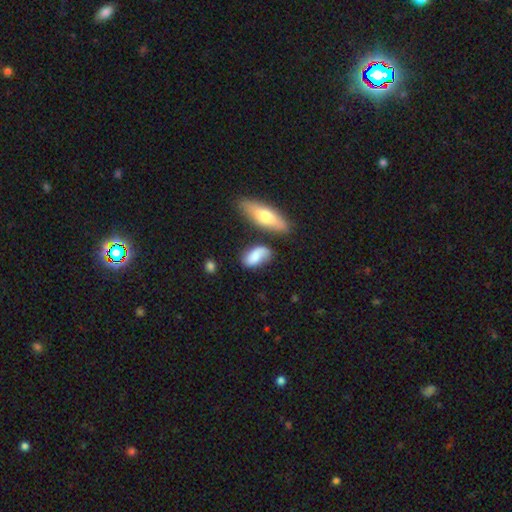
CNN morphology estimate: smooth 70%, featured or disk 23%, star or artifact 8%. Down the decision tree: how rounded — in between (88%); merging — none (55%).